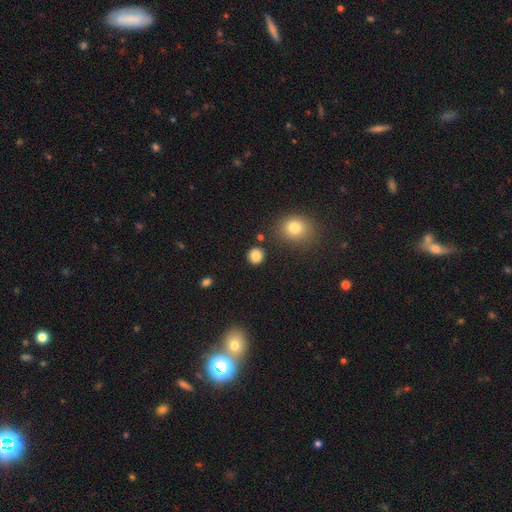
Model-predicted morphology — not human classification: smooth_or_featured: smooth (p=0.85) [alt: star or artifact p=0.11]
how_rounded: round (p=0.90) [alt: in between p=0.09]
merging: none (p=0.88) [alt: minor disturbance p=0.06]